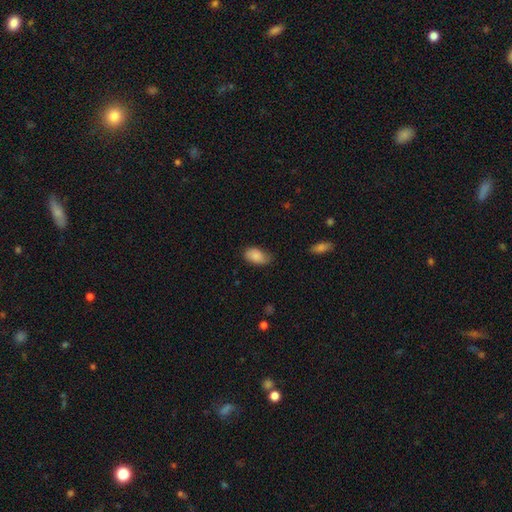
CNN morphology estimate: Q: Smooth or featured?
A: smooth (85%); runner-up: featured or disk (8%)
Q: How rounded?
A: in between (93%); runner-up: round (5%)
Q: Merging?
A: none (65%); runner-up: minor disturbance (29%)